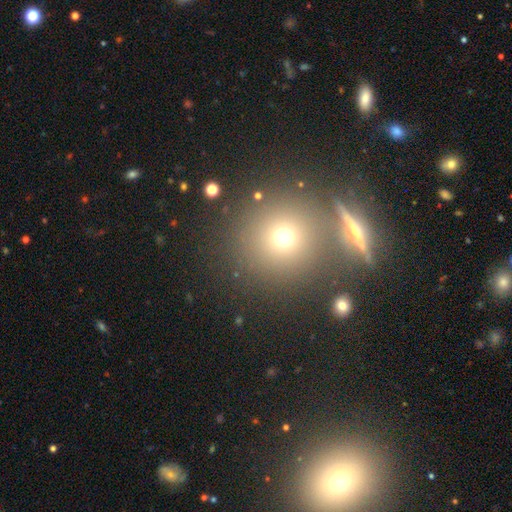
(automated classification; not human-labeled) This appears to be a smooth galaxy with no disk features (55%) that is round (91%). Merging: none (78%).